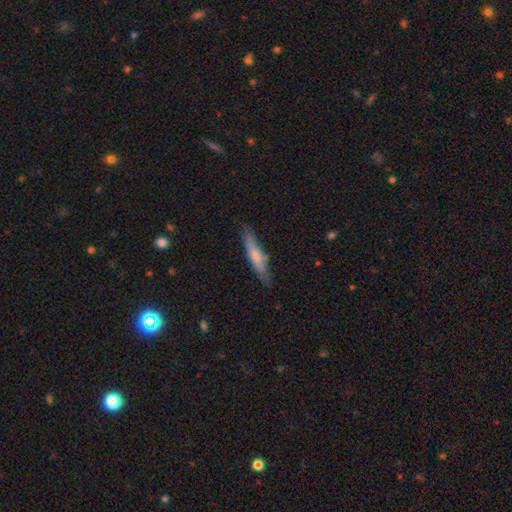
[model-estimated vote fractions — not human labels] smooth_or_featured: smooth (p=0.66) [alt: featured or disk p=0.28]
how_rounded: cigar-shaped (p=0.86) [alt: in between p=0.13]
merging: none (p=0.81) [alt: minor disturbance p=0.15]